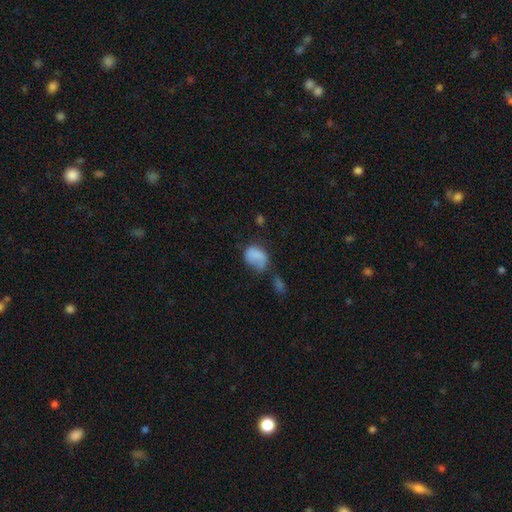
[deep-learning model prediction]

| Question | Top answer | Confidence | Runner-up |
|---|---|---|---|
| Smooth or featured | smooth | 75% | featured or disk (16%) |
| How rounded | in between | 64% | round (34%) |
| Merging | none | 31% | major disturbance (29%) |